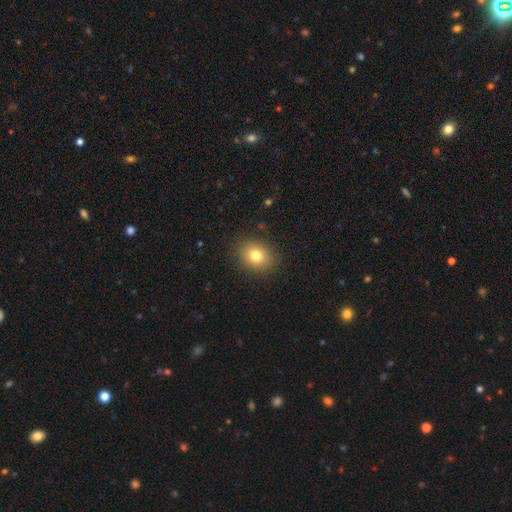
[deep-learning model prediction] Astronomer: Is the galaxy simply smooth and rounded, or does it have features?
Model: smooth — 79%.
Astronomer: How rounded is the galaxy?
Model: round — 50% (runner-up: in between, 49%).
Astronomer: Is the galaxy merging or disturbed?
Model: none — 87%.